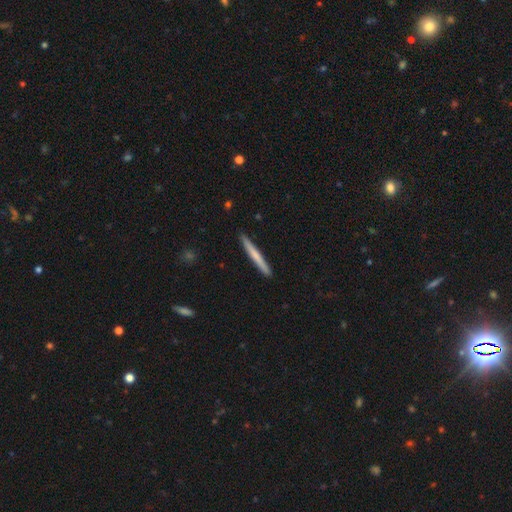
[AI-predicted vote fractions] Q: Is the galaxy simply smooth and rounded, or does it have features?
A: smooth — 63%.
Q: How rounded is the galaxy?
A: cigar-shaped — 97%.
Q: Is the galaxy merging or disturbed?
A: none — 92%.